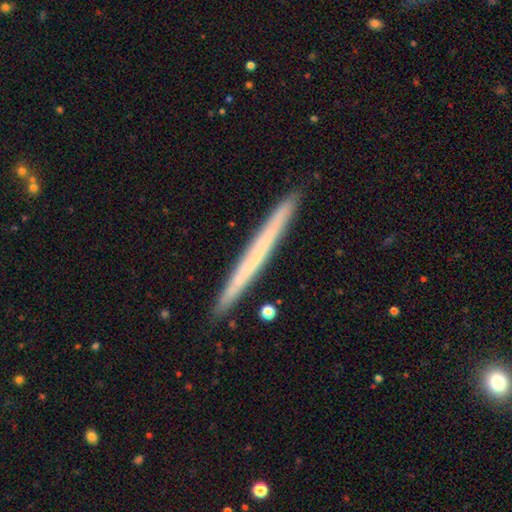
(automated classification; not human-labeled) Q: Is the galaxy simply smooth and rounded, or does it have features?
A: featured or disk — 48%.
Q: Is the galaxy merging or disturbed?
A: none — 91%.